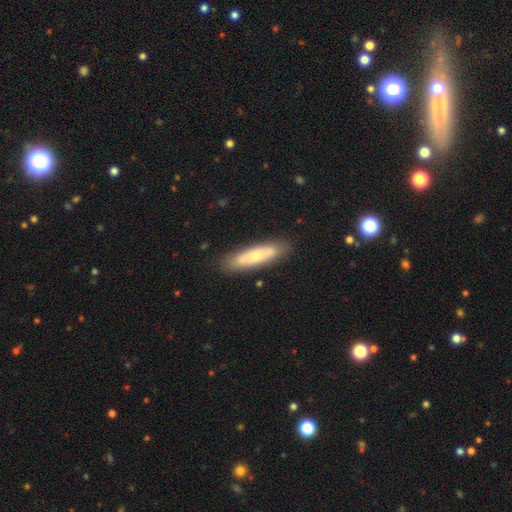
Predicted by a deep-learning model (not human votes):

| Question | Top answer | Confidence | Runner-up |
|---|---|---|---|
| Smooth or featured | smooth | 54% | featured or disk (41%) |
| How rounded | cigar-shaped | 66% | in between (32%) |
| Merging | none | 85% | minor disturbance (11%) |